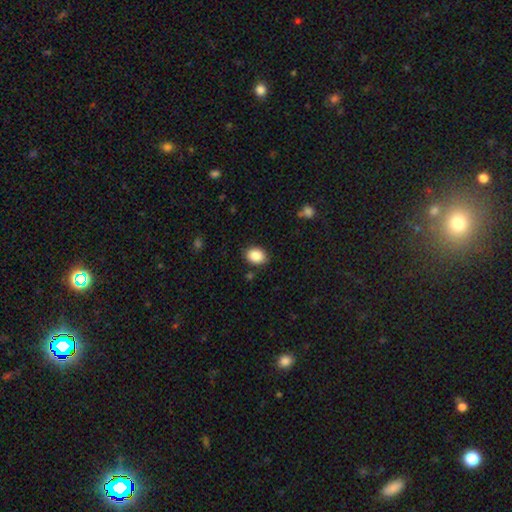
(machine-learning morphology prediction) This is clearly a smooth galaxy (87%). How rounded: likely in between (65%). Merging: clearly none (86%).